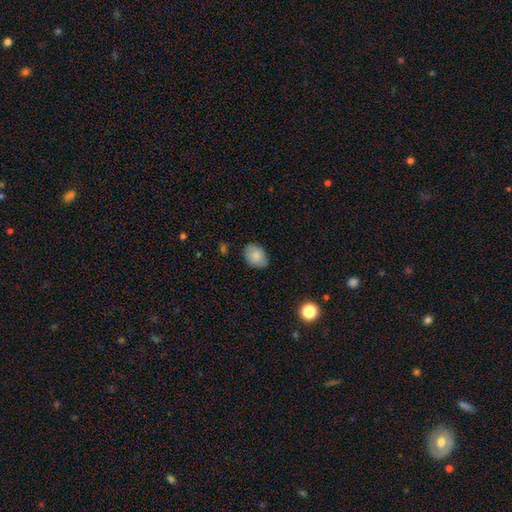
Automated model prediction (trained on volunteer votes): Smooth or featured: smooth — 86% (star or artifact — 7%)
How rounded: in between — 76% (round — 23%)
Merging: none — 78% (minor disturbance — 17%)